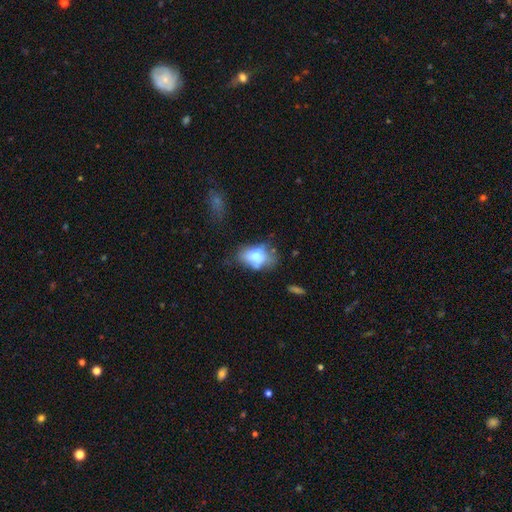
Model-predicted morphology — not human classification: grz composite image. It shows a smooth galaxy with no disk features (69%) that is in between round and cigar-shaped (80%). Merging: none (45%).